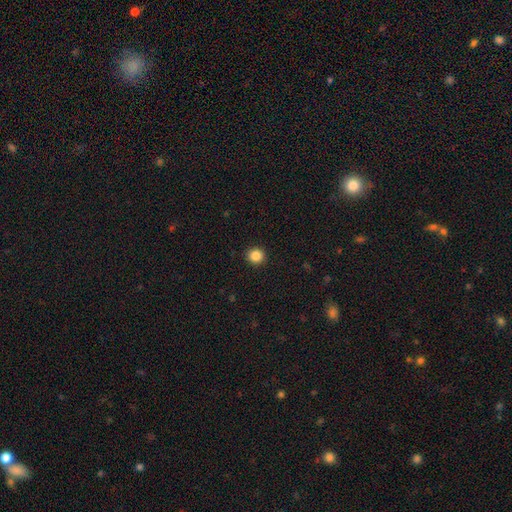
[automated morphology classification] Smooth or featured?
  - smooth: 86% *
  - star or artifact: 11%
  - featured or disk: 4%
How rounded?
  - round: 91% *
  - in between: 8%
  - cigar-shaped: 1%
Merging?
  - none: 93% *
  - minor disturbance: 5%
  - major disturbance: 2%
  - merger: 1%